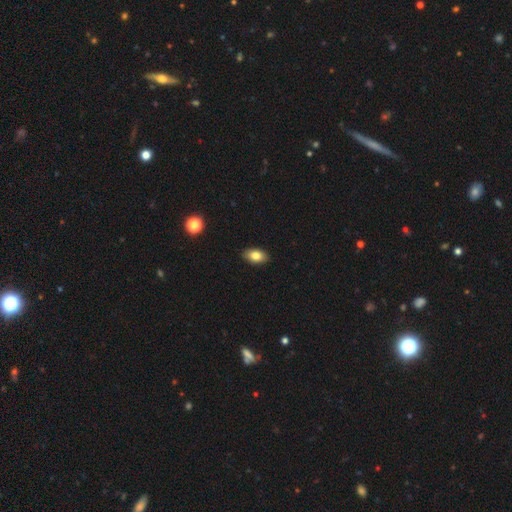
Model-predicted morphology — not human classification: A smooth galaxy with no disk features (81%) that is in between round and cigar-shaped (90%). Merging: none (90%).